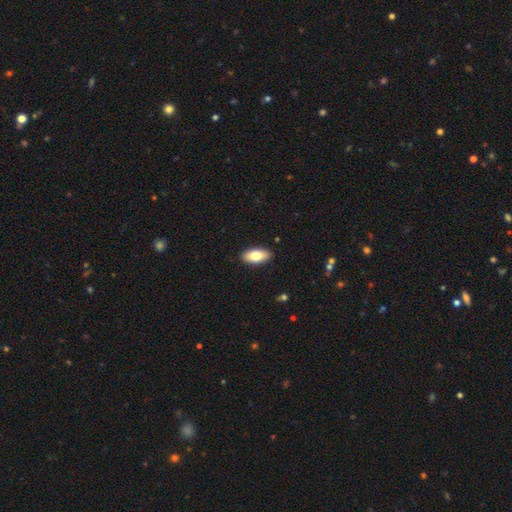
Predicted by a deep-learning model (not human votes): smooth-or-featured: smooth: 79% | featured or disk: 14% | star or artifact: 6%
  how-rounded: in between: 90% | cigar-shaped: 8% | round: 3%
  merging: none: 90% | minor disturbance: 8% | major disturbance: 2% | merger: 1%